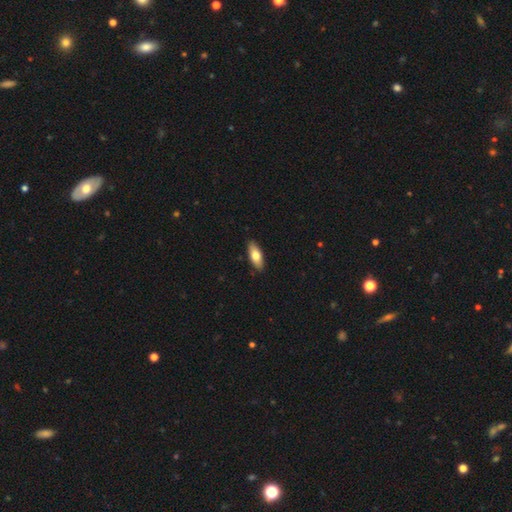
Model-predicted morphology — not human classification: Smooth or featured: smooth — 73% (featured or disk — 22%)
How rounded: in between — 75% (cigar-shaped — 23%)
Merging: none — 89% (minor disturbance — 9%)